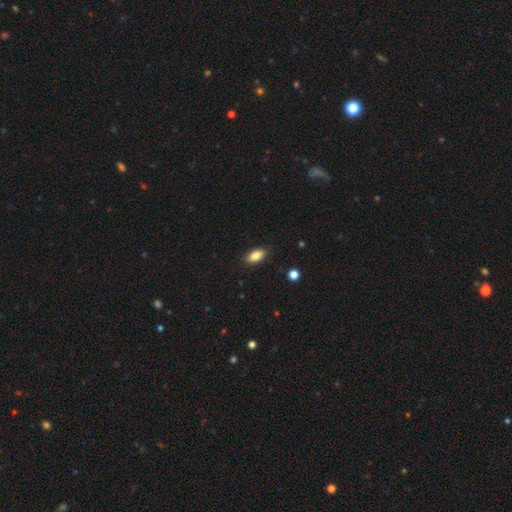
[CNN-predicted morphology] smooth_or_featured: smooth (p=0.85) [alt: star or artifact p=0.08]
how_rounded: in between (p=0.90) [alt: cigar-shaped p=0.06]
merging: none (p=0.88) [alt: minor disturbance p=0.09]